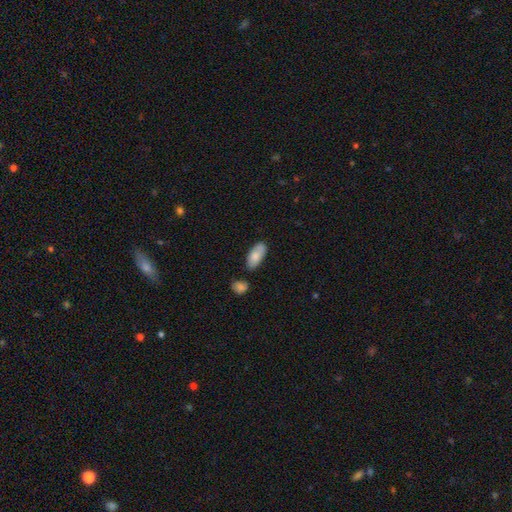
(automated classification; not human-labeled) smooth 82%, featured or disk 12%, star or artifact 6%. Down the decision tree: how rounded — in between (88%); merging — none (72%).